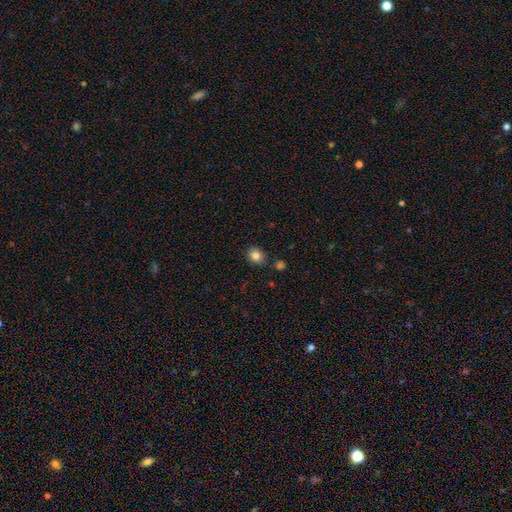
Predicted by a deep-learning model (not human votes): A smooth galaxy with no disk features (83%) that is round (64%).

Vote fractions:
- Smooth or featured? smooth: 83% / star or artifact: 11% / featured or disk: 6%
- How rounded? round: 64% / in between: 36% / cigar-shaped: 1%
- Merging? none: 85% / minor disturbance: 9% / merger: 4% / major disturbance: 2%